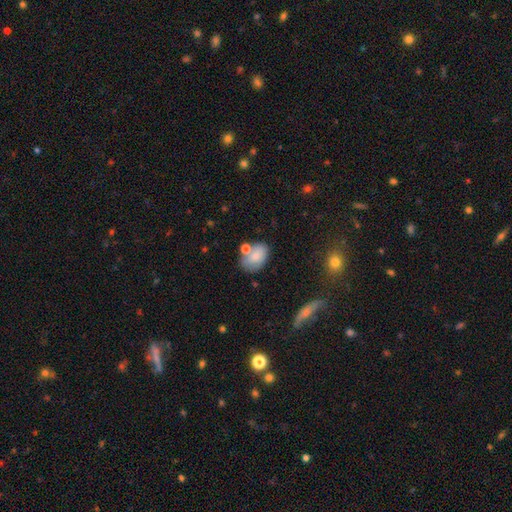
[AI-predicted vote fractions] Smooth or featured? smooth (79%)
How rounded? in between (80%)
Merging? none (55%)